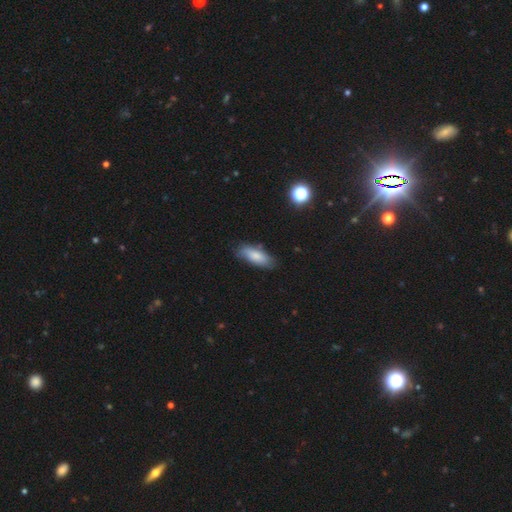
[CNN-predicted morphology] Smooth or featured?
  - smooth: 78% *
  - featured or disk: 15%
  - star or artifact: 7%
How rounded?
  - in between: 72% *
  - cigar-shaped: 25%
  - round: 2%
Merging?
  - none: 74% *
  - minor disturbance: 20%
  - major disturbance: 4%
  - merger: 2%